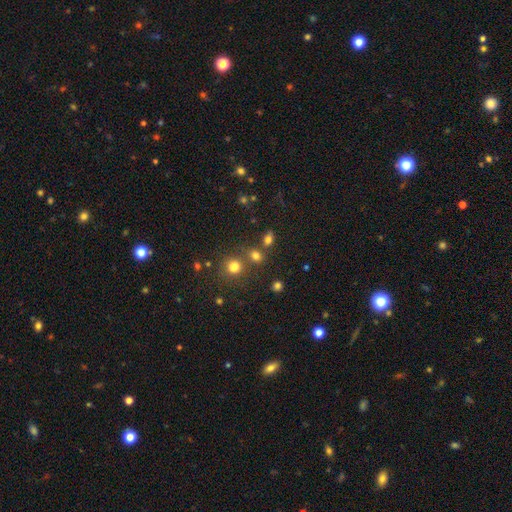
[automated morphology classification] Q: Smooth or featured?
A: smooth (75%); runner-up: star or artifact (18%)
Q: How rounded?
A: round (62%); runner-up: in between (36%)
Q: Merging?
A: none (65%); runner-up: merger (21%)